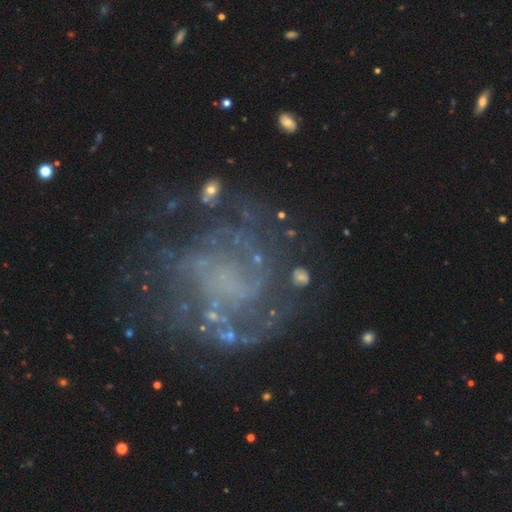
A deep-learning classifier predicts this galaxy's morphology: The model was most divided on "spiral winding": medium: 40%, tight: 38%, loose: 21%. Remaining: edge-on disk — no (98%); spiral arms — yes (85%); smooth or featured — featured or disk (77%); bar — no (69%); merging — none (60%); bulge size — none (48%); spiral arm count — can't tell (32%).